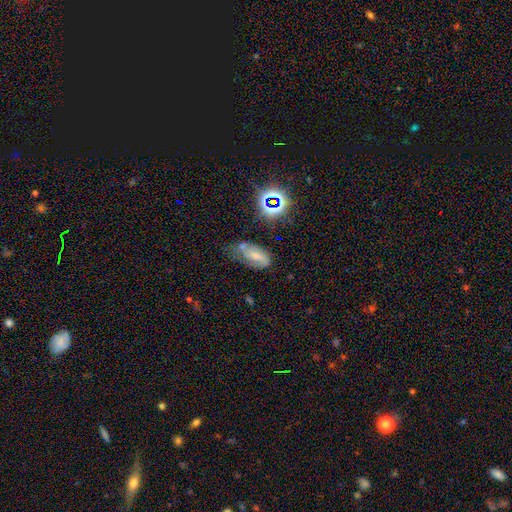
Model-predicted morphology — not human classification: Smooth or featured?
  - featured or disk: 44% *
  - smooth: 37%
  - star or artifact: 19%
Merging?
  - none: 37% *
  - minor disturbance: 31%
  - major disturbance: 19%
  - merger: 13%